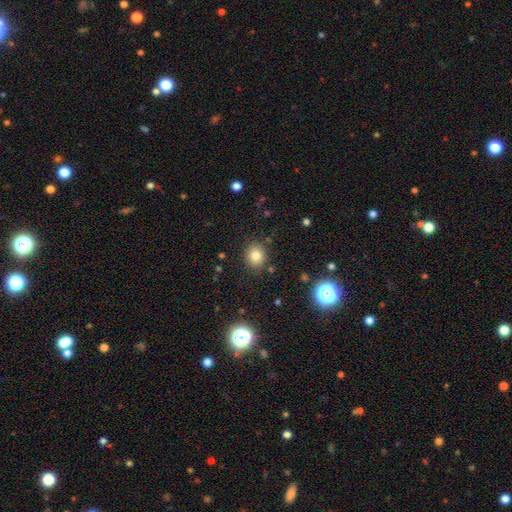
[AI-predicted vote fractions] A smooth galaxy with no disk features (79%) that is round (75%).

Vote fractions:
- Smooth or featured? smooth: 79% / star or artifact: 13% / featured or disk: 8%
- How rounded? round: 75% / in between: 24% / cigar-shaped: 1%
- Merging? none: 86% / minor disturbance: 9% / major disturbance: 3% / merger: 2%